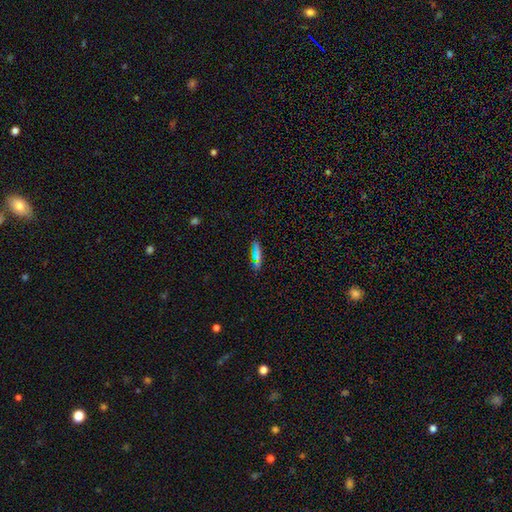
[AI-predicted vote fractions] Smooth or featured: smooth — 62% (star or artifact — 26%)
How rounded: in between — 47% (cigar-shaped — 45%)
Merging: none — 81% (minor disturbance — 12%)